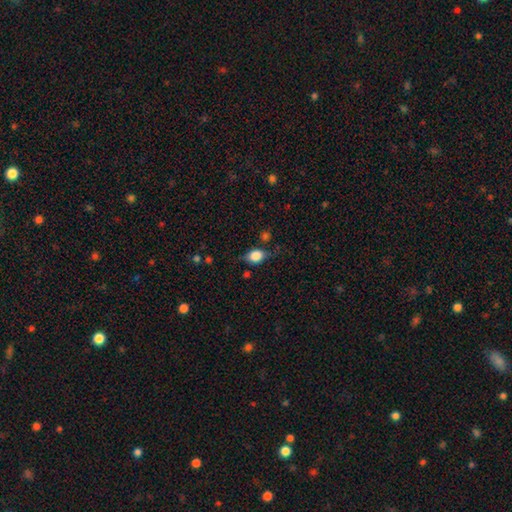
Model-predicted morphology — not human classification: Overall: smooth (78%). How rounded: in between (62%; round 36%). Merging: none (62%; minor disturbance 26%).